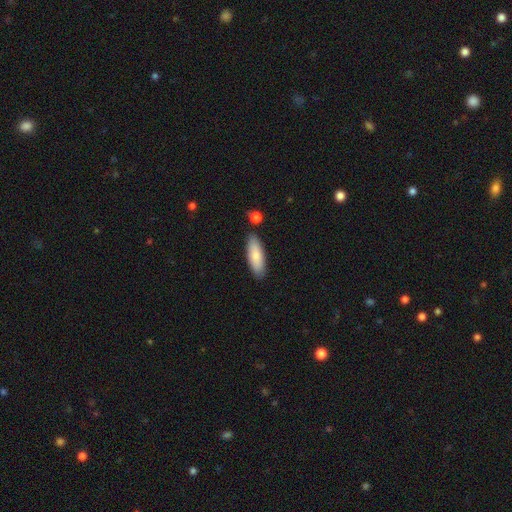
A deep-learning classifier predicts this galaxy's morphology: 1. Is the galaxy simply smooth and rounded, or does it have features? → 81% smooth, 14% featured or disk, 6% star or artifact.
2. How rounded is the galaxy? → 63% in between, 35% cigar-shaped, 2% round.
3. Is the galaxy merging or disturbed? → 84% none, 11% minor disturbance, 4% merger, 2% major disturbance.